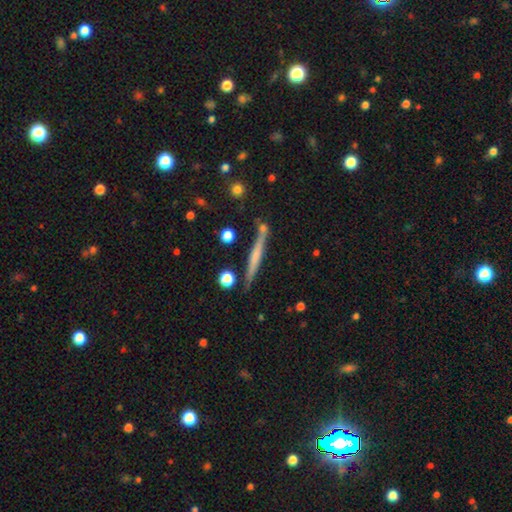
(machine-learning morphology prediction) smooth-or-featured: featured or disk: 53% | smooth: 40% | star or artifact: 7%
  disk-edge-on: yes: 97% | no: 3%
    edge-on-bulge: none: 64% | rounded: 23% | boxy: 13%
  merging: none: 83% | minor disturbance: 11% | merger: 4% | major disturbance: 2%